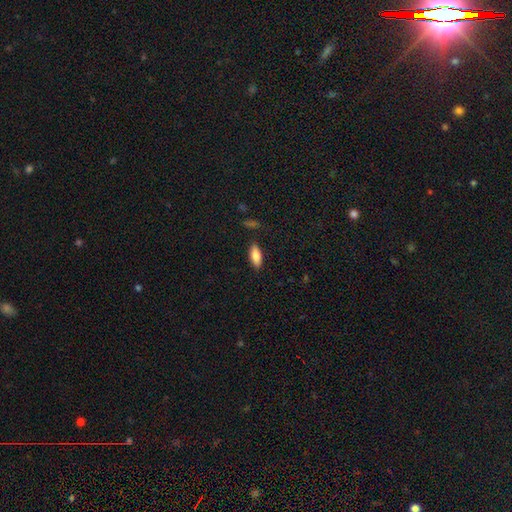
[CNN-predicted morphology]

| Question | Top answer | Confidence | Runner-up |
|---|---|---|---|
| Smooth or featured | smooth | 84% | featured or disk (9%) |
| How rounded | in between | 83% | cigar-shaped (15%) |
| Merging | none | 85% | minor disturbance (11%) |